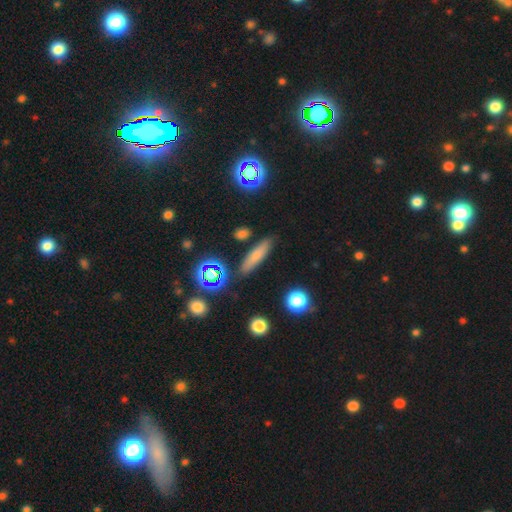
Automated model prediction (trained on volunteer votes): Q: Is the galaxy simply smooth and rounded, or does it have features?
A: smooth — 68%.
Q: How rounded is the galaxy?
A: cigar-shaped — 74%.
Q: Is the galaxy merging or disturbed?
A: none — 85%.